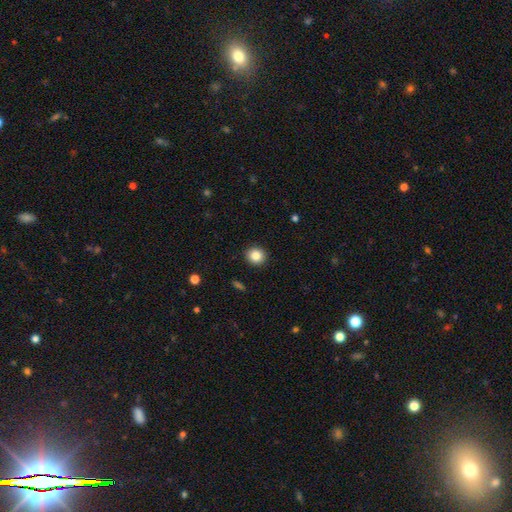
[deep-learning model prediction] Q: Smooth or featured?
A: smooth (84%); runner-up: star or artifact (10%)
Q: How rounded?
A: round (85%); runner-up: in between (14%)
Q: Merging?
A: none (91%); runner-up: minor disturbance (6%)